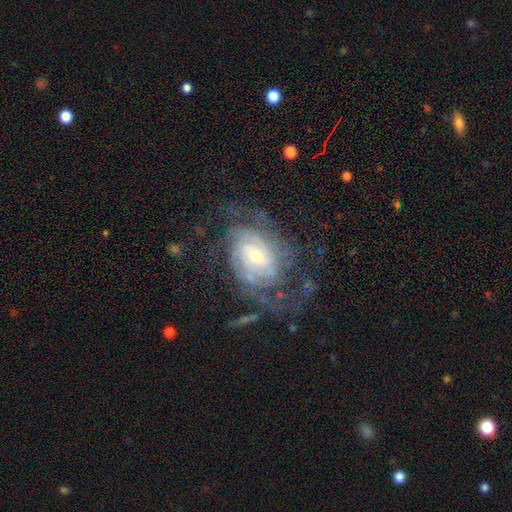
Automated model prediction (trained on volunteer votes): Overall: featured or disk (86%). Edge-on disk: no (97%). Bar: no (55%; weak 35%). Spiral arms: yes (94%). Spiral arm count: can't tell (37%; 2 23%). Spiral winding: tight (59%; medium 30%). Bulge size: moderate (47%, tied with small). Merging: none (60%; major disturbance 21%).